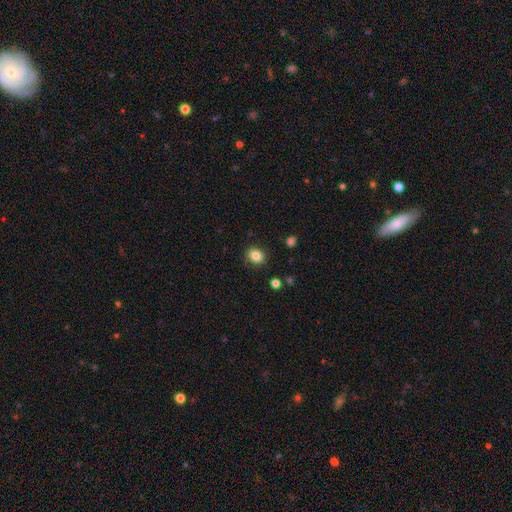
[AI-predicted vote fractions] A smooth galaxy with no disk features (84%) that is round (58%).

Vote fractions:
- Smooth or featured? smooth: 84% / star or artifact: 10% / featured or disk: 6%
- How rounded? round: 58% / in between: 41% / cigar-shaped: 1%
- Merging? none: 88% / minor disturbance: 8% / major disturbance: 2% / merger: 1%